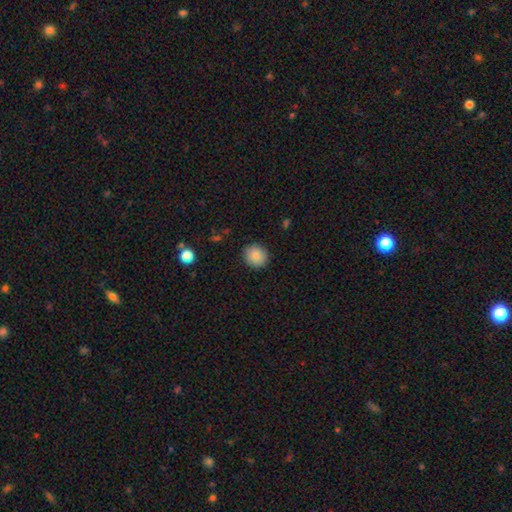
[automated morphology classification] Q: Smooth or featured?
A: smooth (84%); runner-up: star or artifact (9%)
Q: How rounded?
A: round (83%); runner-up: in between (16%)
Q: Merging?
A: none (90%); runner-up: minor disturbance (7%)